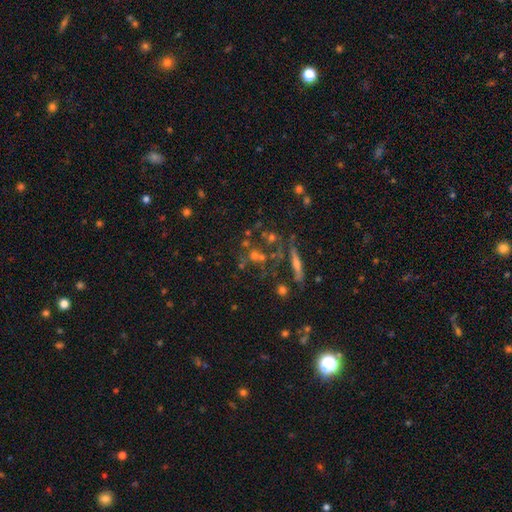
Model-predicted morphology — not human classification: type=featured or disk (34%); merging=none (56%).